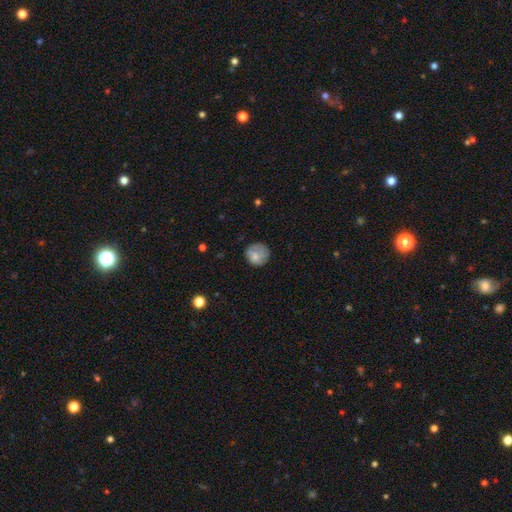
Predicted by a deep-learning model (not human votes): smooth-or-featured: smooth: 73% | featured or disk: 19% | star or artifact: 8%
  how-rounded: round: 83% | in between: 16% | cigar-shaped: 1%
  merging: none: 64% | minor disturbance: 25% | major disturbance: 10% | merger: 2%